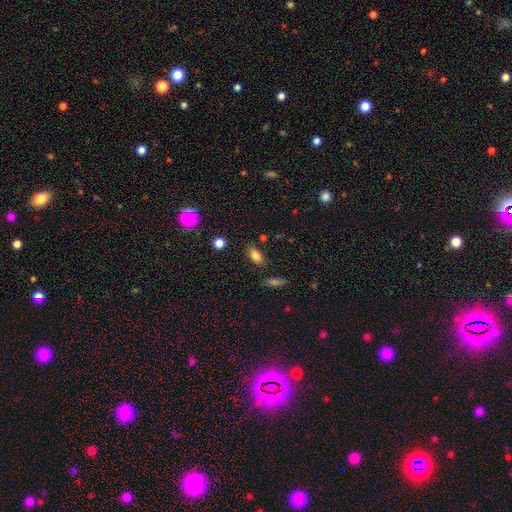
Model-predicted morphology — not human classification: The model was most divided on "merging": none: 82%, minor disturbance: 12%, merger: 4%, major disturbance: 3%. More confident: how rounded — in between (88%); smooth or featured — smooth (82%).